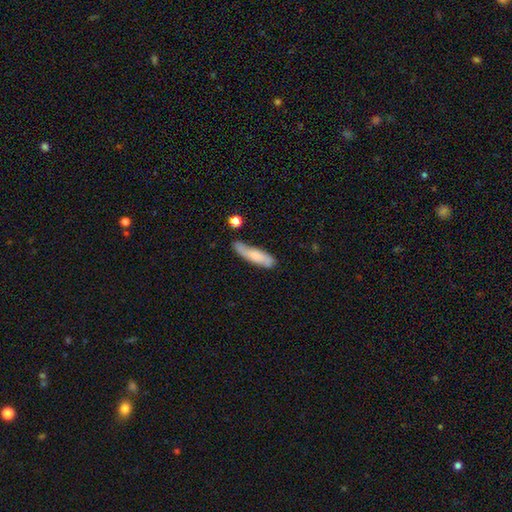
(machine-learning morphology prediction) Smooth or featured? smooth (61%)
How rounded? cigar-shaped (70%)
Merging? none (65%)